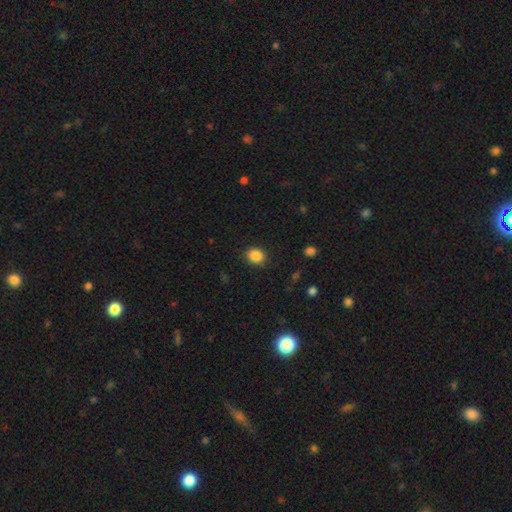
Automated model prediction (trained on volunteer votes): A smooth galaxy with no disk features (87%) that is round (61%). Merging: none (87%).